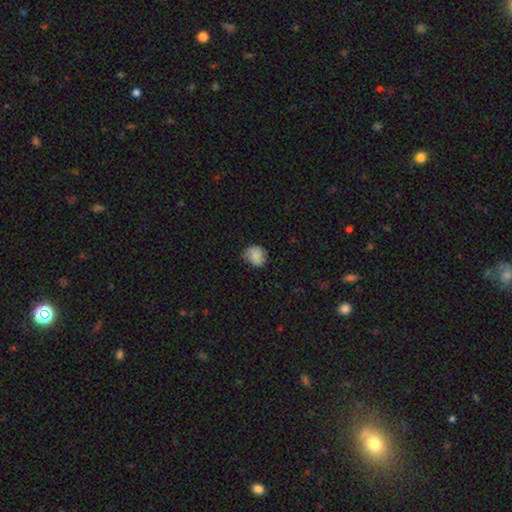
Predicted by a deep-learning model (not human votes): This is clearly a smooth galaxy (82%). How rounded: likely round (75%). Merging: likely none (74%).